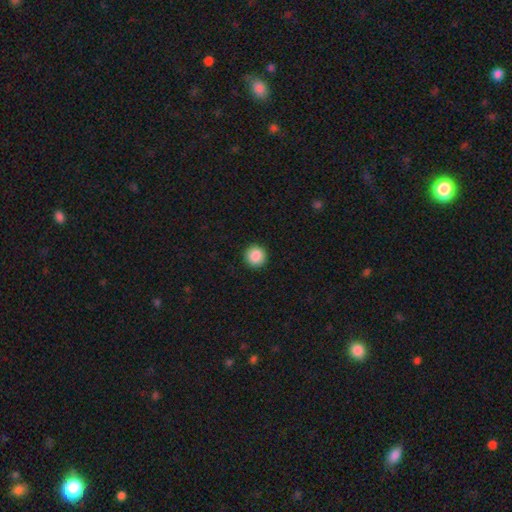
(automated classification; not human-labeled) smooth 88%, star or artifact 9%, featured or disk 4%. Down the decision tree: how rounded — round (95%); merging — none (93%).